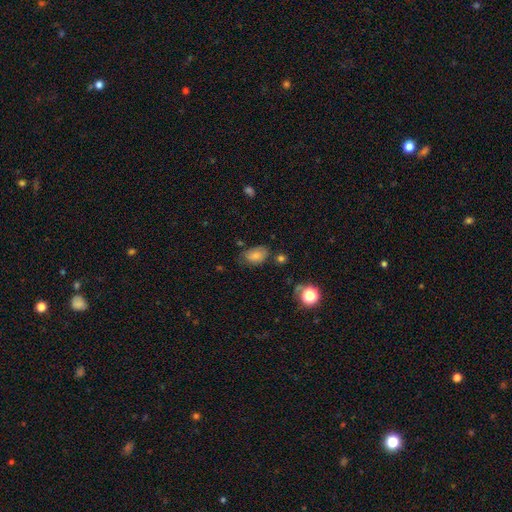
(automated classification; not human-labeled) smooth-or-featured: smooth: 77% | featured or disk: 12% | star or artifact: 11%
  how-rounded: in between: 86% | round: 12% | cigar-shaped: 2%
  merging: none: 58% | minor disturbance: 28% | major disturbance: 9% | merger: 5%